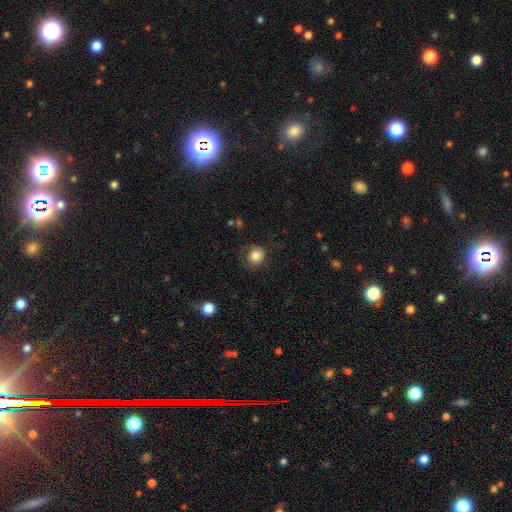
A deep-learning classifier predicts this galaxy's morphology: Overall: smooth (80%). How rounded: round (85%). Merging: none (68%).